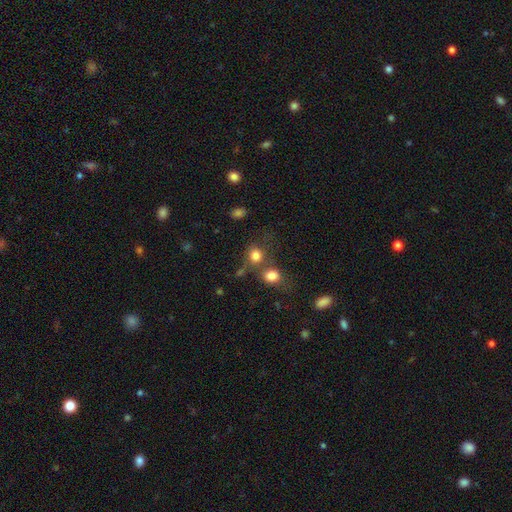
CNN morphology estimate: A smooth galaxy with no disk features (80%) that is round (75%). Merging: none (48%).